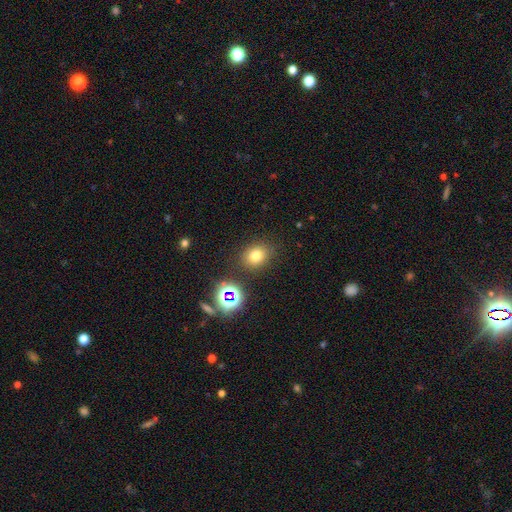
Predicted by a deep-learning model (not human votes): Smooth or featured? Predicted: smooth (p=0.72). How rounded? Predicted: round (p=0.58). Merging? Predicted: none (p=0.82).